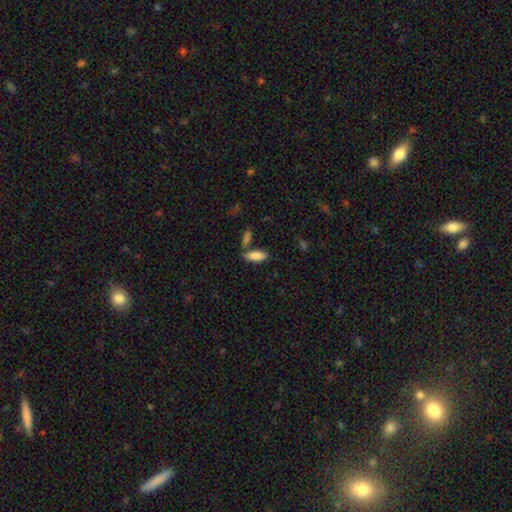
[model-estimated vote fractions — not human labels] Smooth or featured?
  - smooth: 85% *
  - featured or disk: 8%
  - star or artifact: 7%
How rounded?
  - in between: 72% *
  - cigar-shaped: 26%
  - round: 2%
Merging?
  - none: 65% *
  - merger: 18%
  - minor disturbance: 13%
  - major disturbance: 4%